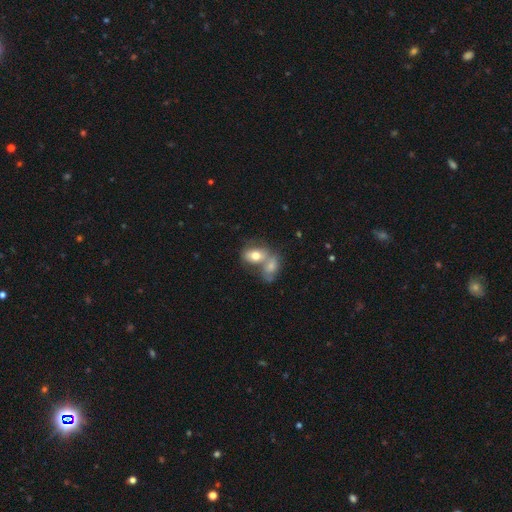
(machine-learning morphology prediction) Smooth or featured?
  - smooth: 71% *
  - featured or disk: 21%
  - star or artifact: 8%
How rounded?
  - in between: 80% *
  - round: 18%
  - cigar-shaped: 2%
Merging?
  - merger: 63% *
  - none: 23%
  - minor disturbance: 9%
  - major disturbance: 5%